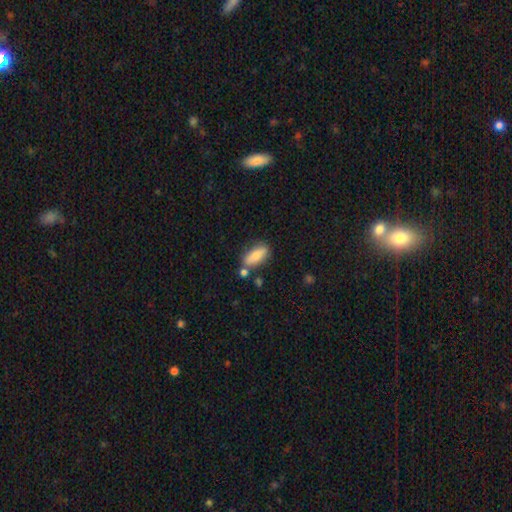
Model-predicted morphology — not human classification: This is likely a smooth galaxy (78%). How rounded: likely in between (75%). Merging: likely none (68%).